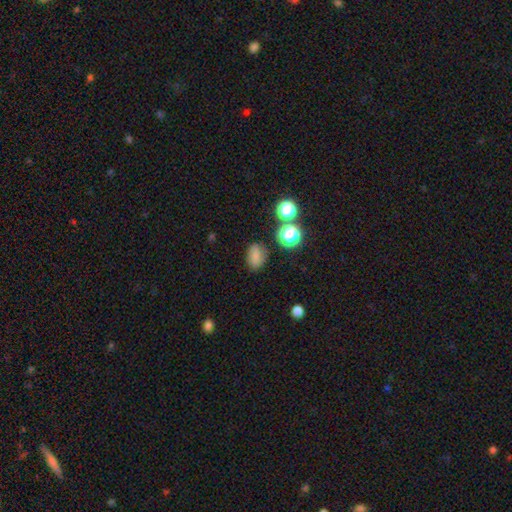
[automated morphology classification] Smooth or featured? Predicted: smooth (p=0.76). How rounded? Predicted: in between (p=0.69). Merging? Predicted: none (p=0.76).